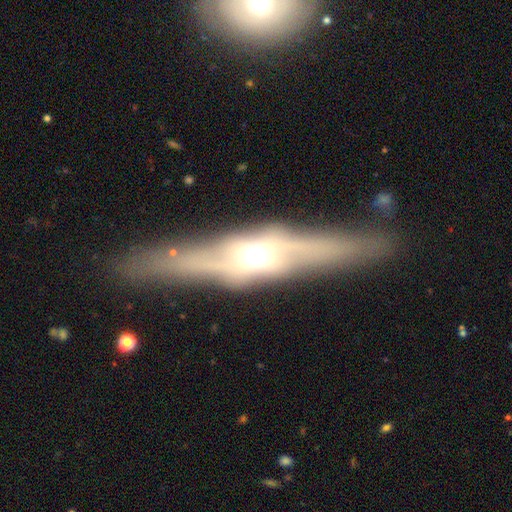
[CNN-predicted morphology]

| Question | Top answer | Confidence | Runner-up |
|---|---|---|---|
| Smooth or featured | featured or disk | 72% | smooth (22%) |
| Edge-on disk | yes | 74% | no (26%) |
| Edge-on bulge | rounded | 87% | boxy (7%) |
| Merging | none | 74% | minor disturbance (15%) |